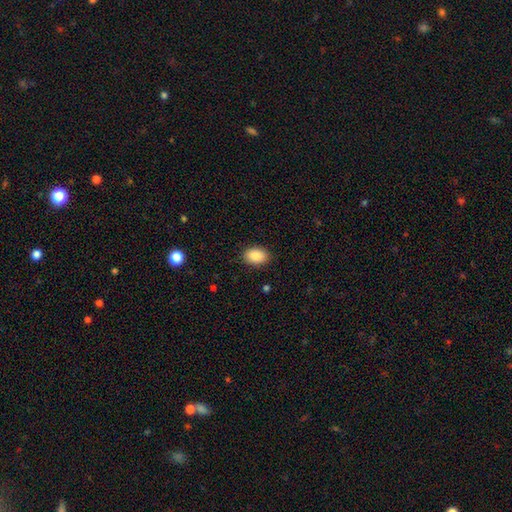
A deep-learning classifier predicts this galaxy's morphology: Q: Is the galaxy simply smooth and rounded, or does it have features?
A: smooth — 89%.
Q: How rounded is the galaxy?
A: in between — 84%.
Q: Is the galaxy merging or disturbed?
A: none — 88%.